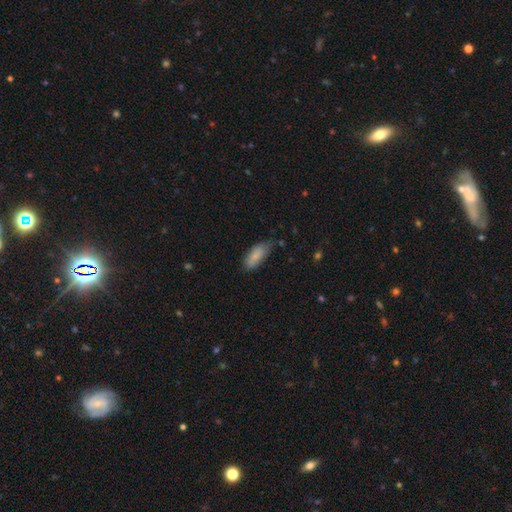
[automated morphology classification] A smooth galaxy with no disk features (85%) that is in between round and cigar-shaped (78%).

Vote fractions:
- Smooth or featured? smooth: 85% / featured or disk: 9% / star or artifact: 6%
- How rounded? in between: 78% / cigar-shaped: 20% / round: 2%
- Merging? none: 64% / minor disturbance: 29% / major disturbance: 5% / merger: 2%